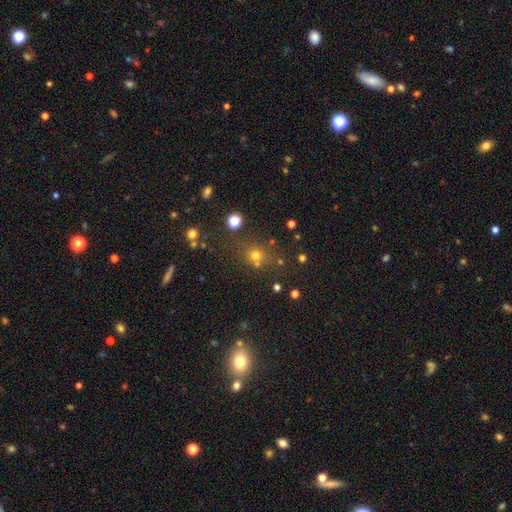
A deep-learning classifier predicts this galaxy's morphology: This is likely a smooth galaxy (67%). How rounded: clearly round (84%). Merging: likely none (70%).